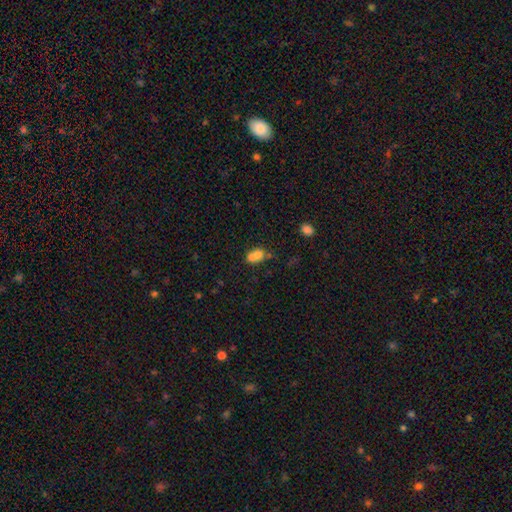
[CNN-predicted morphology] Smooth or featured?
  - smooth: 73% *
  - featured or disk: 14%
  - star or artifact: 12%
How rounded?
  - in between: 72% *
  - round: 24%
  - cigar-shaped: 5%
Merging?
  - merger: 47% *
  - none: 31%
  - minor disturbance: 15%
  - major disturbance: 7%